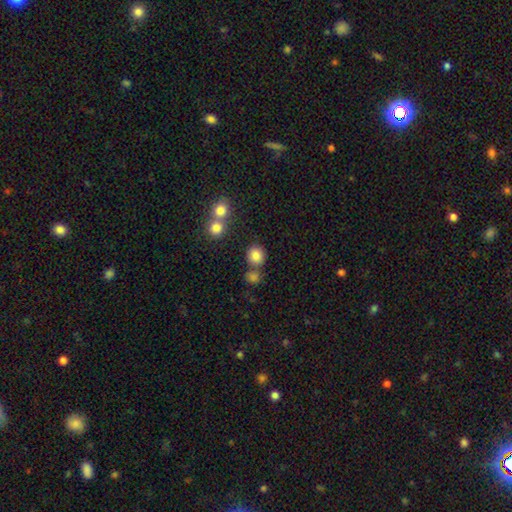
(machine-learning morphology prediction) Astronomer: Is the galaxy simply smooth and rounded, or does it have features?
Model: smooth — 83%.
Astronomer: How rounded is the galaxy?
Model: round — 86%.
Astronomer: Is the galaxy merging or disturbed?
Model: none — 72%.